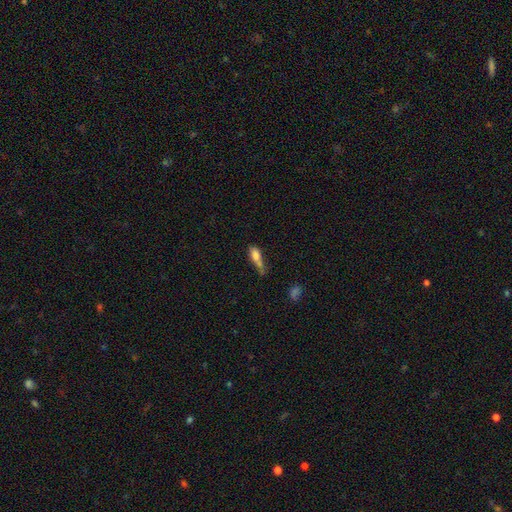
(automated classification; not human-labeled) Smooth or featured? Predicted: smooth (p=0.72). How rounded? Predicted: in between (p=0.63). Merging? Predicted: none (p=0.27).